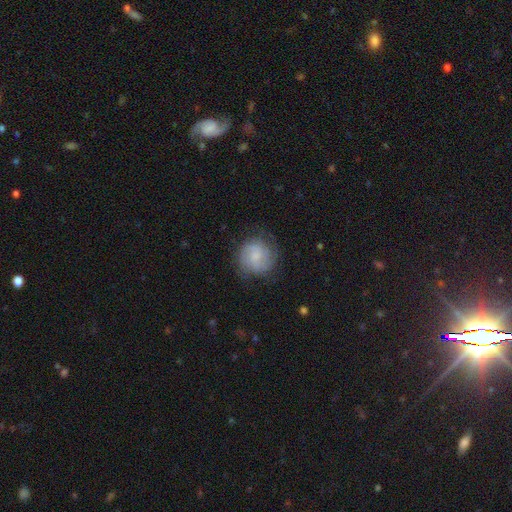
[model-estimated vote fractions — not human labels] Smooth or featured?
  - featured or disk: 51% *
  - smooth: 42%
  - star or artifact: 7%
Edge-on disk?
  - no: 98% *
  - yes: 2%
Merging?
  - none: 71% *
  - minor disturbance: 19%
  - major disturbance: 9%
  - merger: 1%